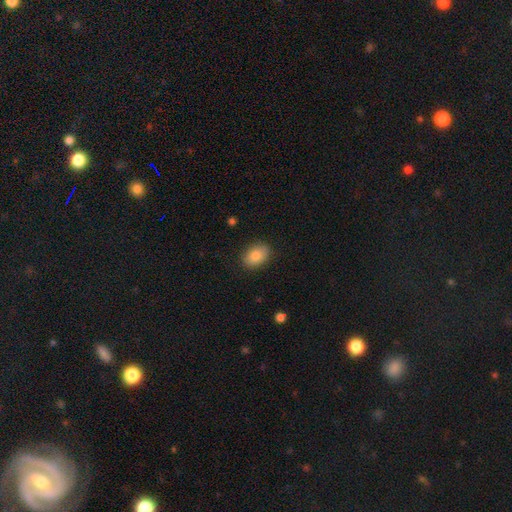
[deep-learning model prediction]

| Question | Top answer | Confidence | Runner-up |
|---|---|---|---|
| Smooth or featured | smooth | 85% | featured or disk (8%) |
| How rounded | in between | 79% | round (20%) |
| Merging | none | 86% | minor disturbance (10%) |